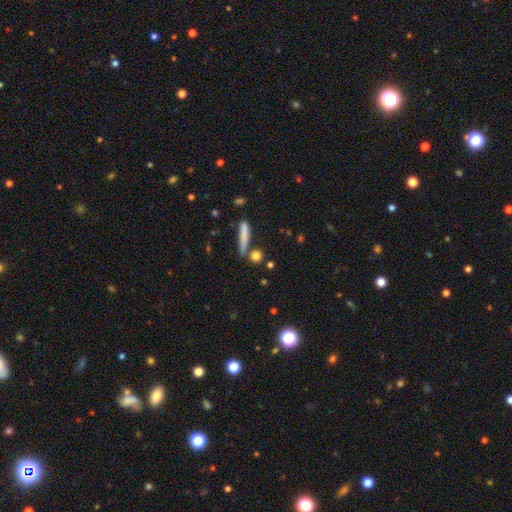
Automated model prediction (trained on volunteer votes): smooth 78%, star or artifact 11%, featured or disk 11%. Down the decision tree: how rounded — round (54%); merging — none (72%).